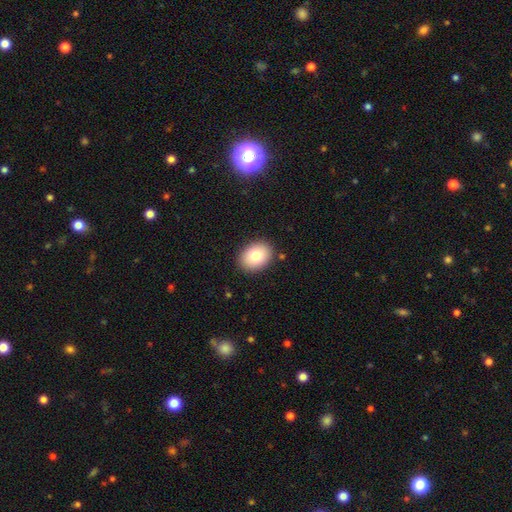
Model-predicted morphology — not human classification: type=smooth (81%); roundness=in between (68%); merging=none (88%).